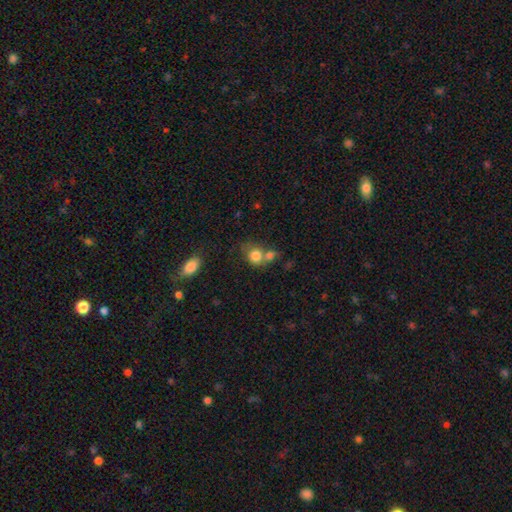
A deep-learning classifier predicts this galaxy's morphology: This appears to be a smooth galaxy with no disk features (80%) that is round (67%). Merging: merger (46%).